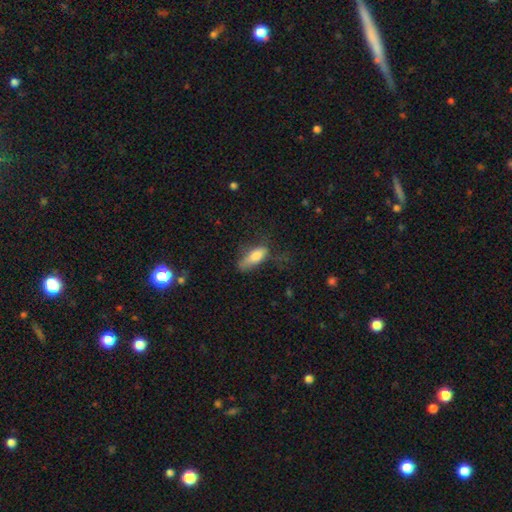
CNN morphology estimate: Smooth or featured: smooth — 77% (featured or disk — 15%)
How rounded: in between — 68% (cigar-shaped — 30%)
Merging: none — 43% (minor disturbance — 33%)